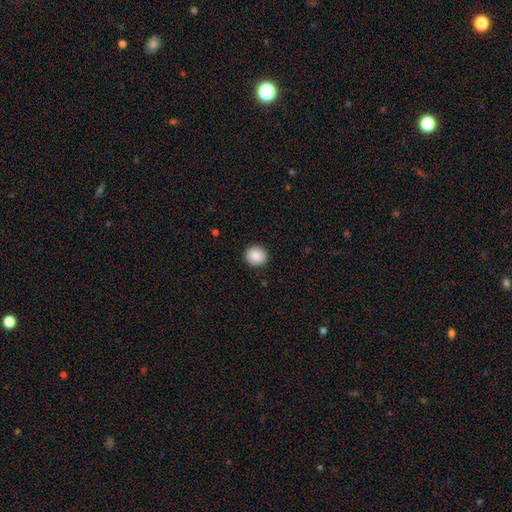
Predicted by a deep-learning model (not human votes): Smooth or featured? smooth (89%)
How rounded? round (88%)
Merging? none (92%)